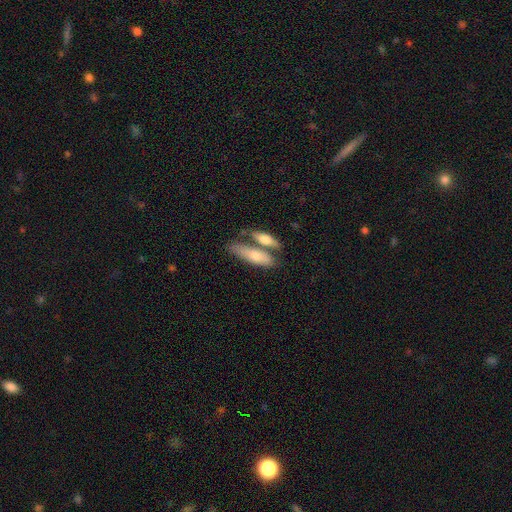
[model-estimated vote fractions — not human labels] This appears to be a smooth galaxy with no disk features (73%) that is in between round and cigar-shaped (51%). Merging: none (43%).